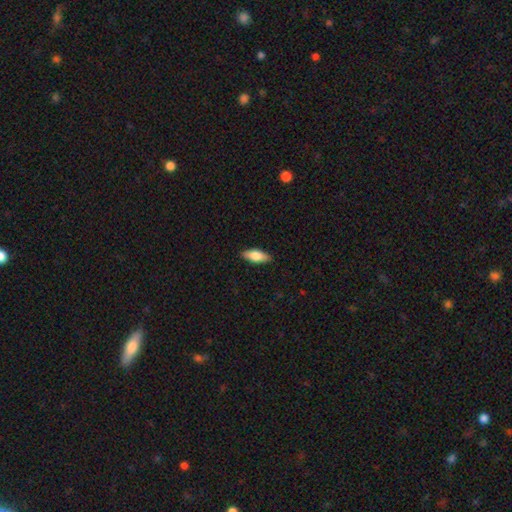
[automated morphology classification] Smooth or featured: smooth — 75% (featured or disk — 20%)
How rounded: in between — 76% (cigar-shaped — 22%)
Merging: none — 88% (minor disturbance — 9%)